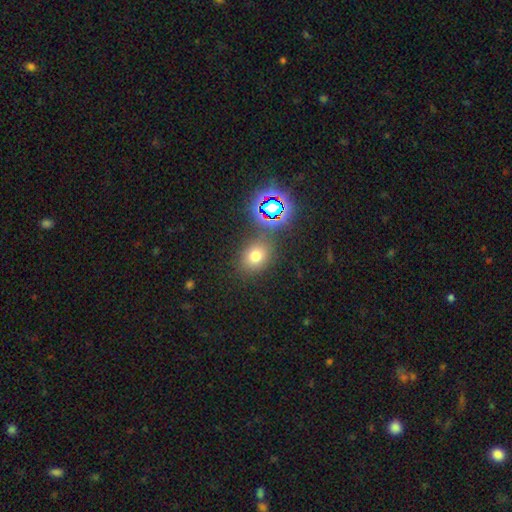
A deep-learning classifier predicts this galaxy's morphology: A smooth galaxy with no disk features (68%) that is round (53%). Merging: none (76%).